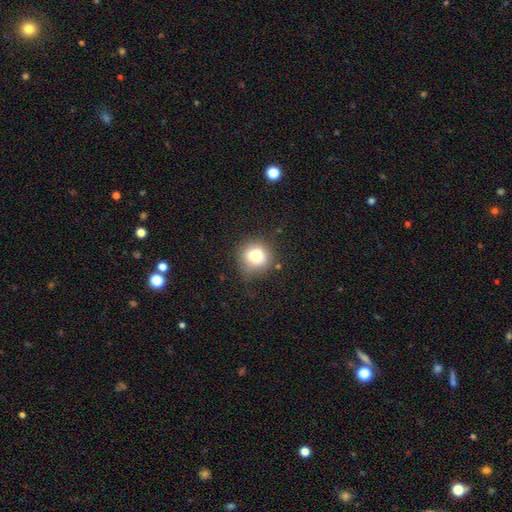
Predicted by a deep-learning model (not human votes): This is likely a smooth galaxy (79%). How rounded: clearly round (83%). Merging: likely none (66%).